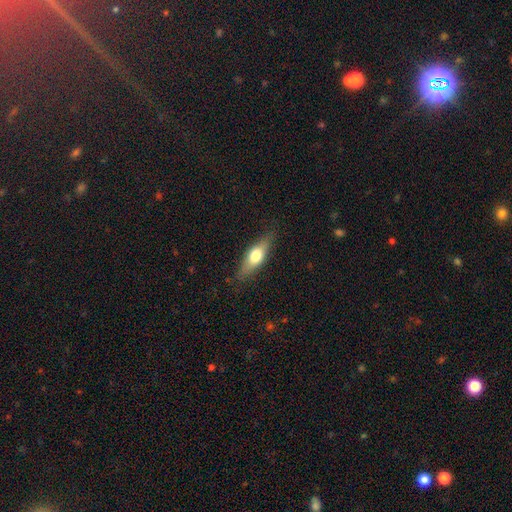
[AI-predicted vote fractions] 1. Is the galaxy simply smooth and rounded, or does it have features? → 57% smooth, 37% featured or disk, 6% star or artifact.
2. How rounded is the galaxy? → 55% in between, 42% cigar-shaped, 3% round.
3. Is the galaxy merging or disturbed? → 82% none, 14% minor disturbance, 3% major disturbance, 1% merger.